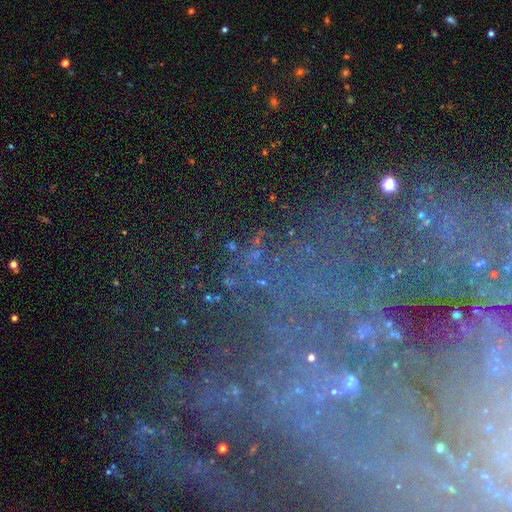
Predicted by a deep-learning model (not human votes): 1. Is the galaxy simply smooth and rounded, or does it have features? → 61% star or artifact, 22% featured or disk, 16% smooth.